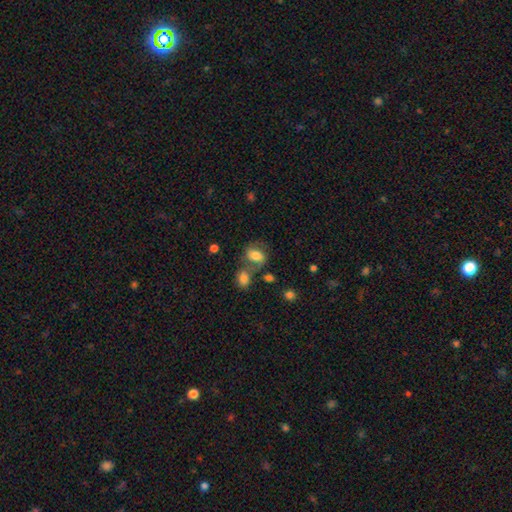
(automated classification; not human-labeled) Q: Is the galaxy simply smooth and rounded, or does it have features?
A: smooth — 66%.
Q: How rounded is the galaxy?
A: in between — 75%.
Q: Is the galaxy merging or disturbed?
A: none — 47%.